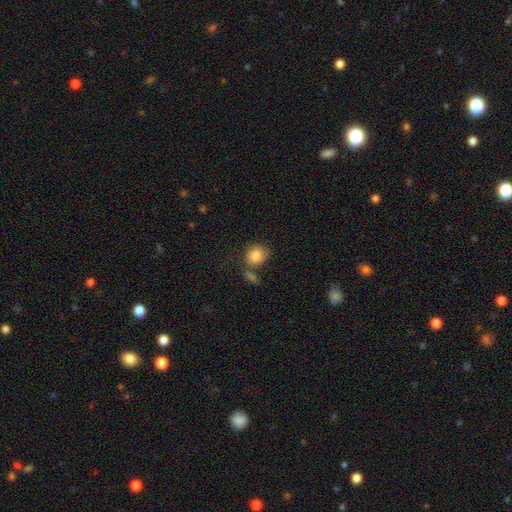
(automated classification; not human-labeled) Morphology: type=smooth (84%); roundness=round (59%); merging=none (55%).